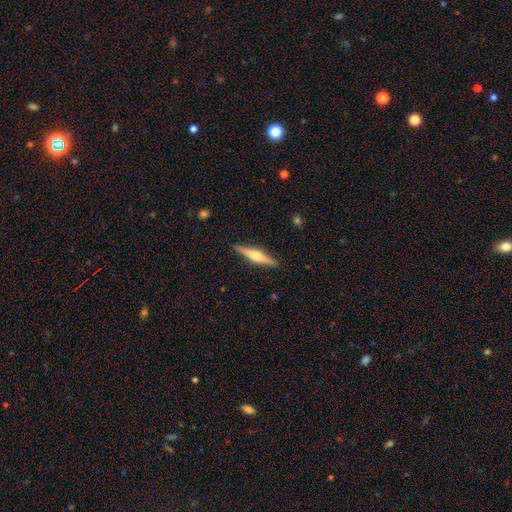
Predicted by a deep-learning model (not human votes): Smooth or featured? featured or disk (69%)
Edge-on disk? yes (98%)
Edge-on bulge? rounded (89%)
Merging? none (91%)